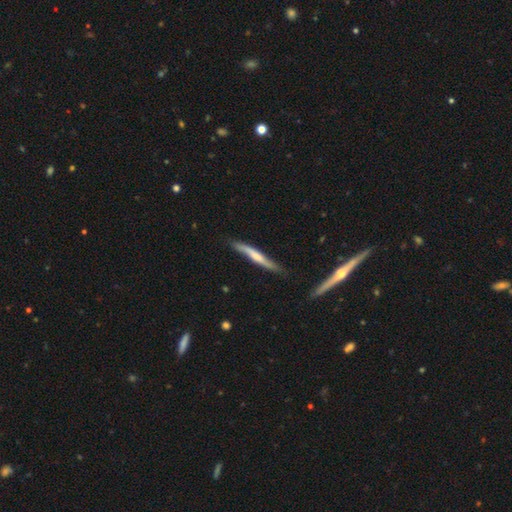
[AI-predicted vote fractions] A smooth galaxy with no disk features (48%). Merging: none (68%).